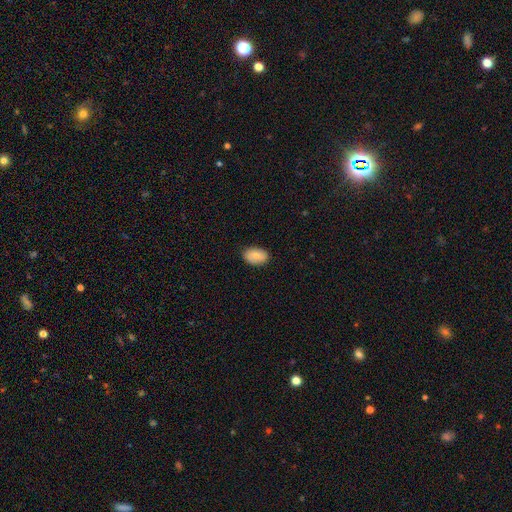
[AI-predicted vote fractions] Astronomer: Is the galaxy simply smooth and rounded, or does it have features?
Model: smooth — 75%.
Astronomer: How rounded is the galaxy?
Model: in between — 89%.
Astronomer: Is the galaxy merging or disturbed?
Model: none — 86%.